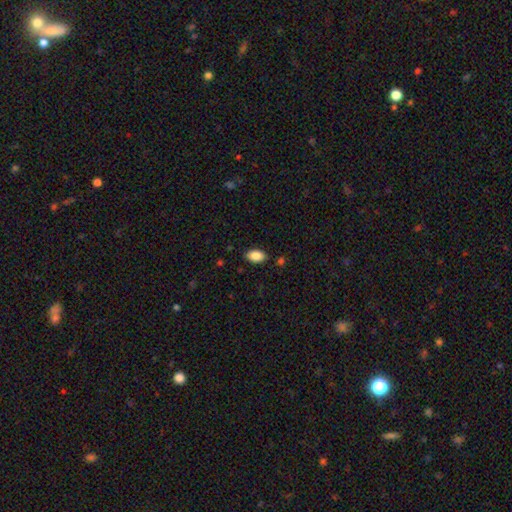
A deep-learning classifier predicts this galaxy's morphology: Smooth or featured: smooth — 87% (star or artifact — 8%)
How rounded: in between — 92% (round — 7%)
Merging: none — 86% (minor disturbance — 10%)